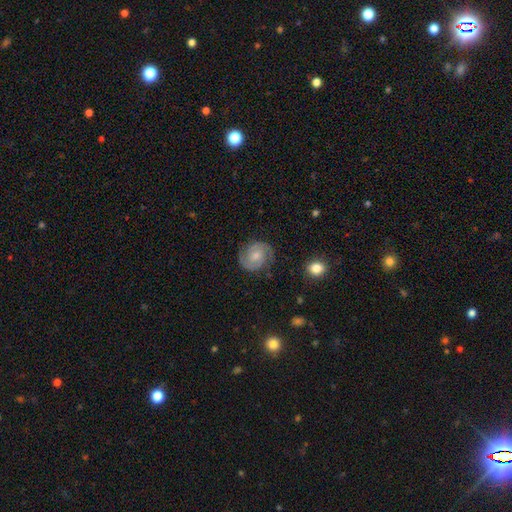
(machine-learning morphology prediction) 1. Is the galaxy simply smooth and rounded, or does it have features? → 84% featured or disk, 10% smooth, 6% star or artifact.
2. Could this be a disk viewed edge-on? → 98% no, 2% yes.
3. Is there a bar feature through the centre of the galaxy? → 51% no, 40% weak, 8% strong.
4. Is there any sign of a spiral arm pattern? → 97% yes, 3% no.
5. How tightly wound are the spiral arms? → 54% tight, 39% medium, 6% loose.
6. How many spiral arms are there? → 91% 2, 3% can't tell, 2% 3, 1% 1, 1% 4, 1% more than 4.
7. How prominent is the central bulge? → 47% small, 43% moderate, 6% none, 3% large, 1% dominant.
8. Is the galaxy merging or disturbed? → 83% none, 12% minor disturbance, 4% major disturbance, 1% merger.